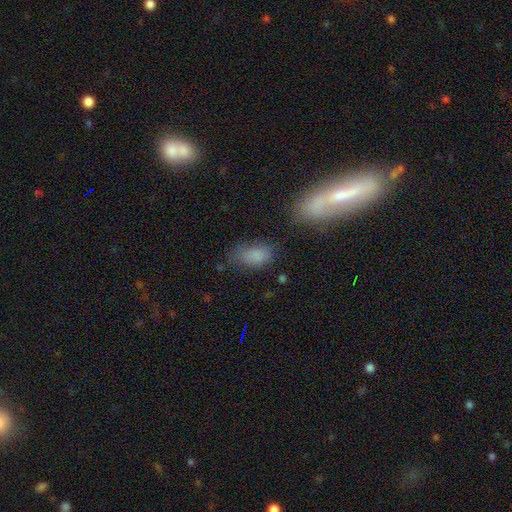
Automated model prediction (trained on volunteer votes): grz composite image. It shows a smooth galaxy with no disk features (81%) that is in between round and cigar-shaped (90%). Merging: none (57%).